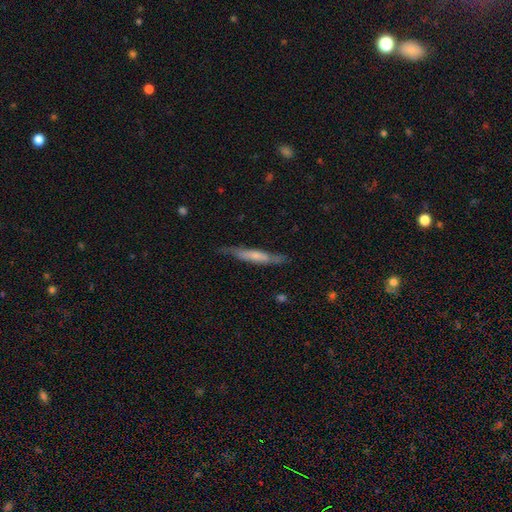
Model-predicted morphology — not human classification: A smooth galaxy with no disk features (47%, tied with featured or disk). Merging: none (74%).